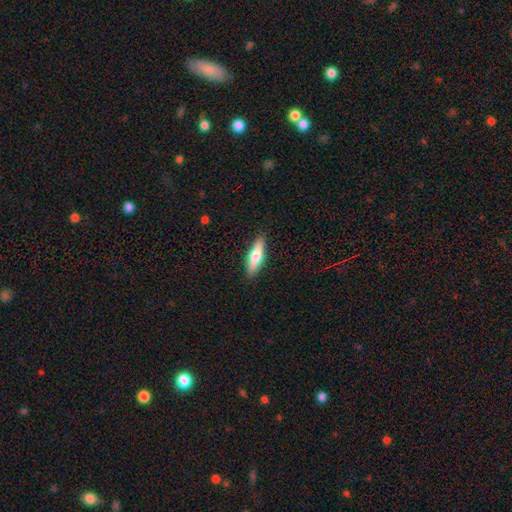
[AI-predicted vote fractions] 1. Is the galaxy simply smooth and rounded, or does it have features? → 66% smooth, 28% featured or disk, 6% star or artifact.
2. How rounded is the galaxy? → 65% cigar-shaped, 33% in between, 2% round.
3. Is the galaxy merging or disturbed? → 89% none, 8% minor disturbance, 2% major disturbance, 1% merger.